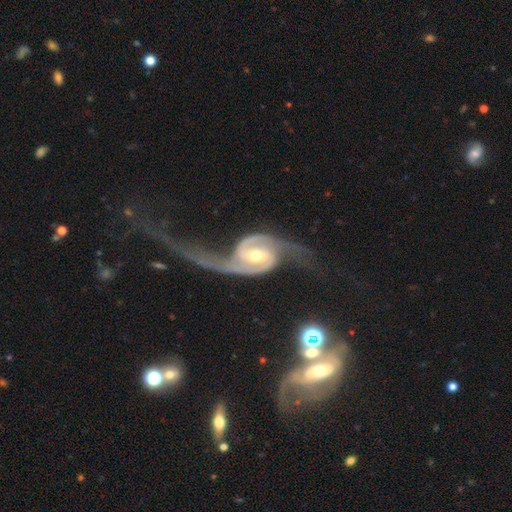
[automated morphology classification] A featured or disk galaxy (93%) with a weak bar (40%), 2 (93%) loose (56%) spiral arms (98%) and a moderate central bulge (59%).

Vote fractions:
- Smooth or featured? featured or disk: 93% / star or artifact: 4% / smooth: 3%
- Edge-on disk? no: 97% / yes: 3%
- Bar? weak: 40% / no: 34% / strong: 26%
- Spiral arms? yes: 98% / no: 2%
- Spiral winding? loose: 56% / medium: 32% / tight: 12%
- Spiral arm count? 2: 93% / can't tell: 2% / 1: 2% / 3: 1% / 4: 1% / more than 4: 1%
- Bulge size? moderate: 59% / small: 36% / large: 3% / none: 1% / dominant: 1%
- Merging? none: 47% / major disturbance: 33% / minor disturbance: 15% / merger: 5%